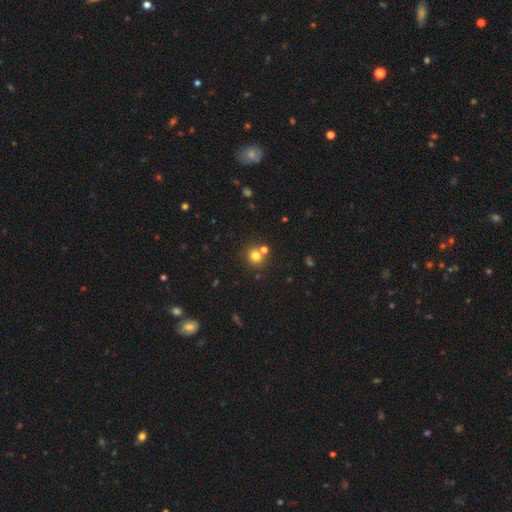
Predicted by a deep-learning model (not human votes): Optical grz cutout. It shows a smooth galaxy with no disk features (76%) that is round (84%). Merging: none (66%).